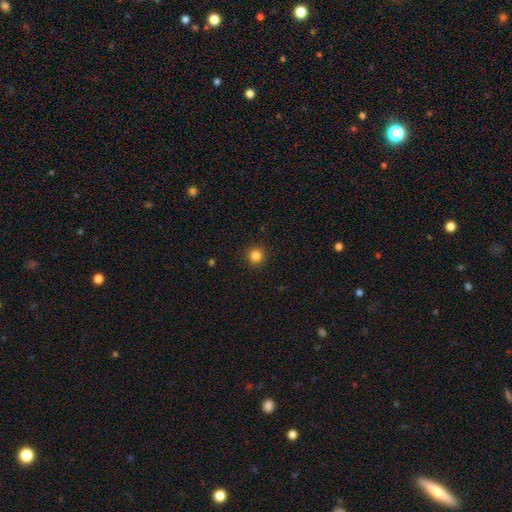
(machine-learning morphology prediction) smooth-or-featured: smooth: 84% | star or artifact: 12% | featured or disk: 4%
  how-rounded: round: 94% | in between: 5% | cigar-shaped: 1%
  merging: none: 92% | minor disturbance: 5% | major disturbance: 2% | merger: 1%